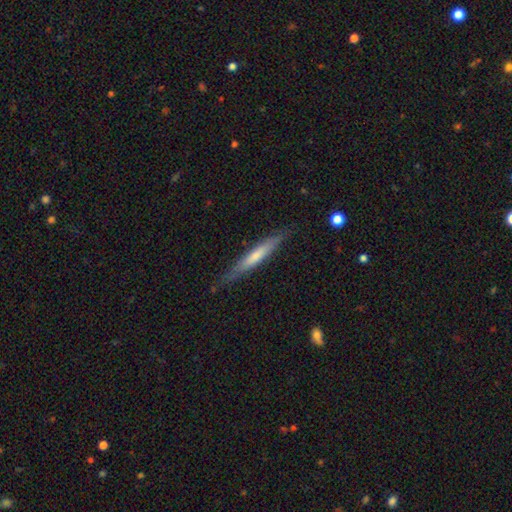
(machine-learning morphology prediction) Overall: smooth (51%; featured or disk 43%). How rounded: cigar-shaped (94%). Merging: none (83%).